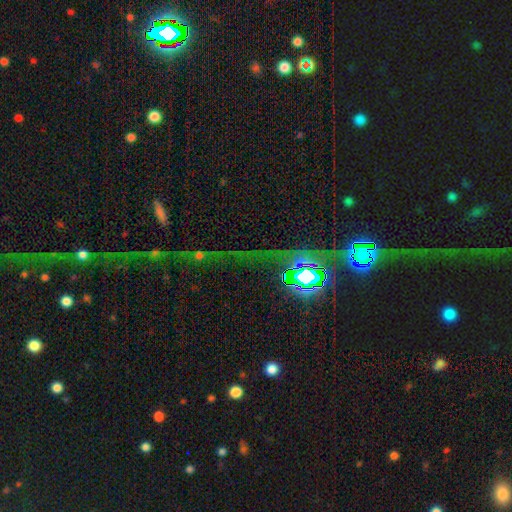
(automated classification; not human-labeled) This is likely a star or artifact rather than a galaxy (74%).